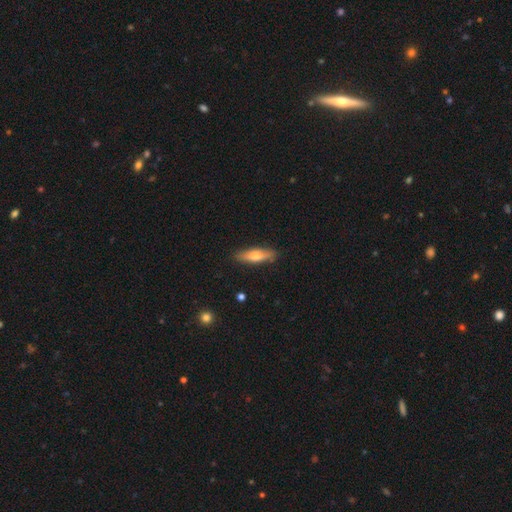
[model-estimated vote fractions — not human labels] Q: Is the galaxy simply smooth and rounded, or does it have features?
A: smooth — 66%.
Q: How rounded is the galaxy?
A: cigar-shaped — 61%.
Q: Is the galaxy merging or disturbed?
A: none — 87%.